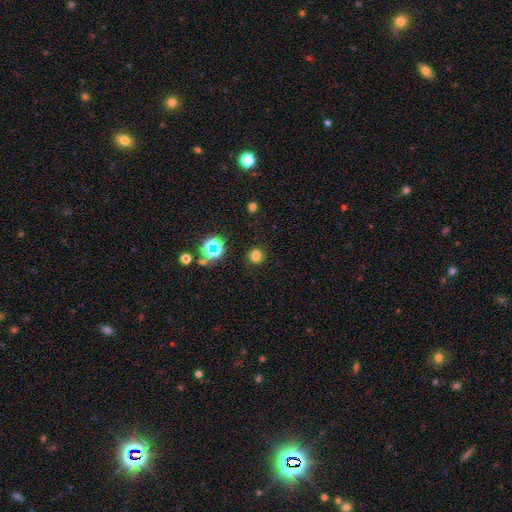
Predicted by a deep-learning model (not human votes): smooth 65%, star or artifact 21%, featured or disk 14%. Down the decision tree: how rounded — round (65%); merging — none (77%).